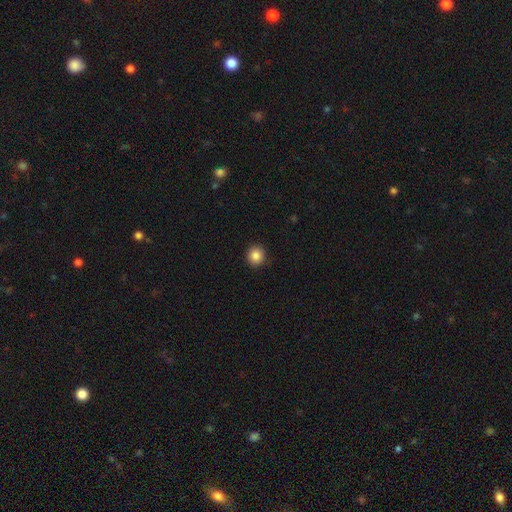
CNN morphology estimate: smooth 86%, star or artifact 10%, featured or disk 4%. Down the decision tree: how rounded — round (92%); merging — none (92%).